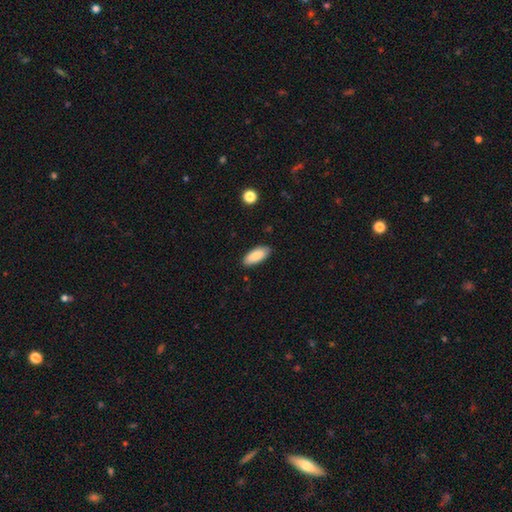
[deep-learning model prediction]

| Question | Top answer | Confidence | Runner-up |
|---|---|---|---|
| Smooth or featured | smooth | 86% | featured or disk (8%) |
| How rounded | in between | 87% | cigar-shaped (11%) |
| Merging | none | 86% | minor disturbance (11%) |